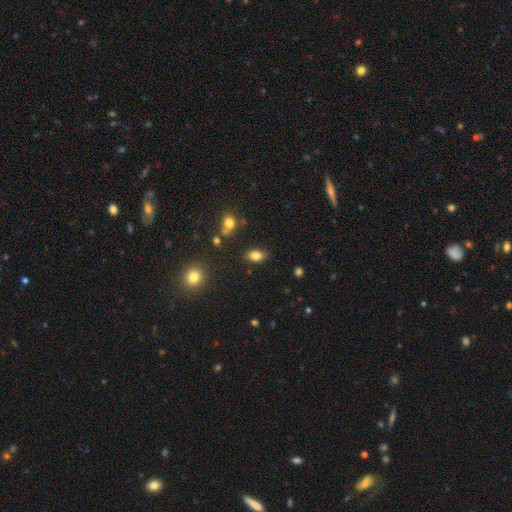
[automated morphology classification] smooth 82%, star or artifact 11%, featured or disk 7%. Down the decision tree: how rounded — in between (82%); merging — none (82%).